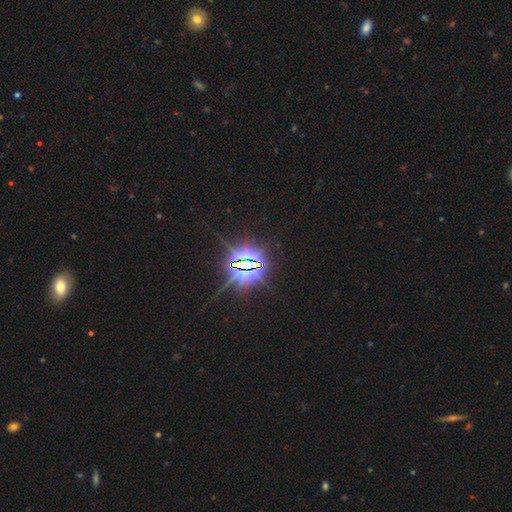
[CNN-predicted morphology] Smooth or featured: star or artifact — 86% (featured or disk — 8%)